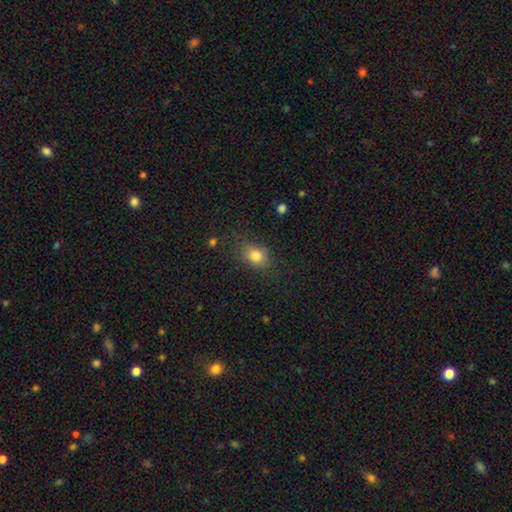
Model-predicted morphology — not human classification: A smooth galaxy with no disk features (82%) that is in between round and cigar-shaped (59%).

Vote fractions:
- Smooth or featured? smooth: 82% / star or artifact: 11% / featured or disk: 7%
- How rounded? in between: 59% / round: 40% / cigar-shaped: 1%
- Merging? none: 76% / minor disturbance: 16% / major disturbance: 6% / merger: 2%